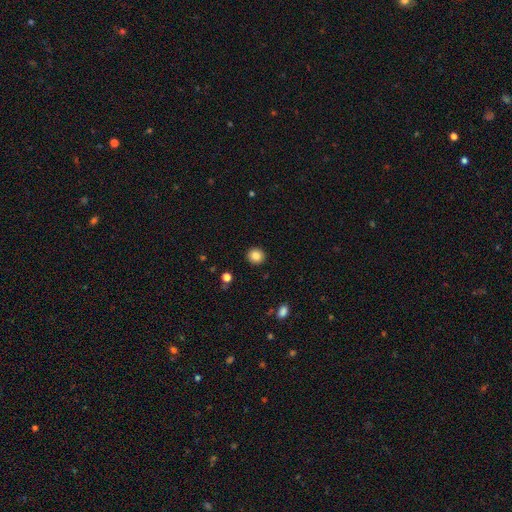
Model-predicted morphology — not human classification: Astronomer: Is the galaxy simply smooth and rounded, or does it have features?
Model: smooth — 85%.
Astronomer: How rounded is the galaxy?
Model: round — 91%.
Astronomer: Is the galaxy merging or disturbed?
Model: none — 92%.